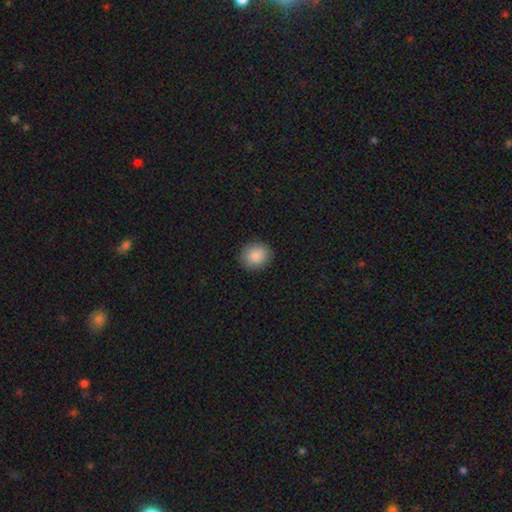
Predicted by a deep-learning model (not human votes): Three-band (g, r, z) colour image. It shows a smooth galaxy with no disk features (88%) that is round (77%). Merging: none (89%).